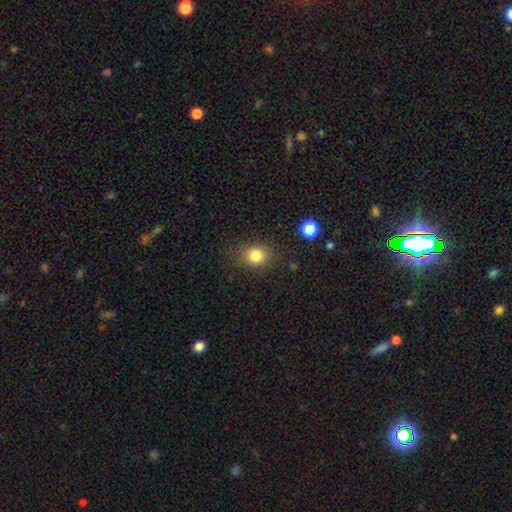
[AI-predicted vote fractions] smooth-or-featured: smooth: 81% | star or artifact: 12% | featured or disk: 7%
  how-rounded: round: 67% | in between: 32% | cigar-shaped: 1%
  merging: none: 83% | minor disturbance: 11% | major disturbance: 4% | merger: 2%